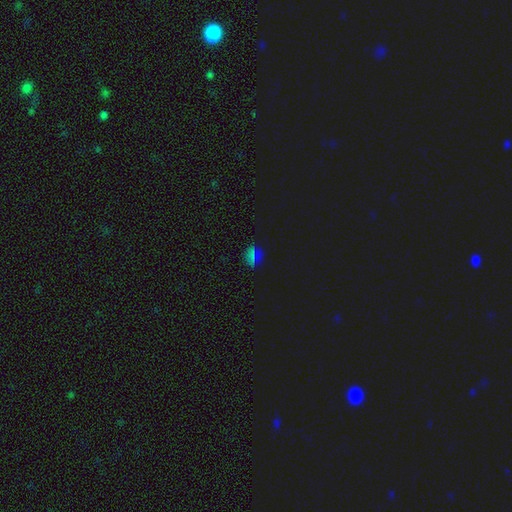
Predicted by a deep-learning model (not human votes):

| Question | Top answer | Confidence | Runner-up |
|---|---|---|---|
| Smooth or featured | star or artifact | 50% | smooth (42%) |